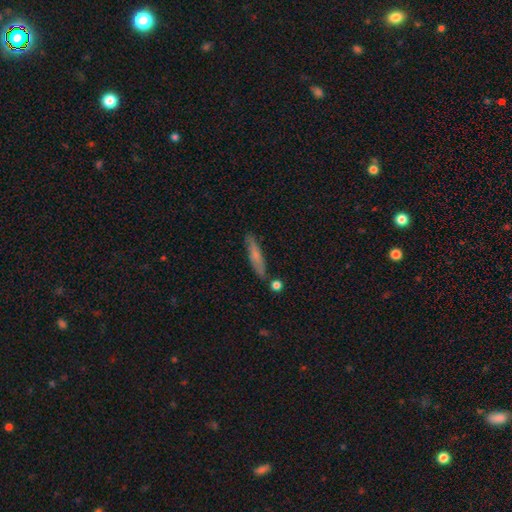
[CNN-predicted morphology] smooth-or-featured: smooth: 65% | featured or disk: 28% | star or artifact: 7%
  how-rounded: cigar-shaped: 85% | in between: 12% | round: 2%
  merging: none: 79% | minor disturbance: 13% | merger: 5% | major disturbance: 3%